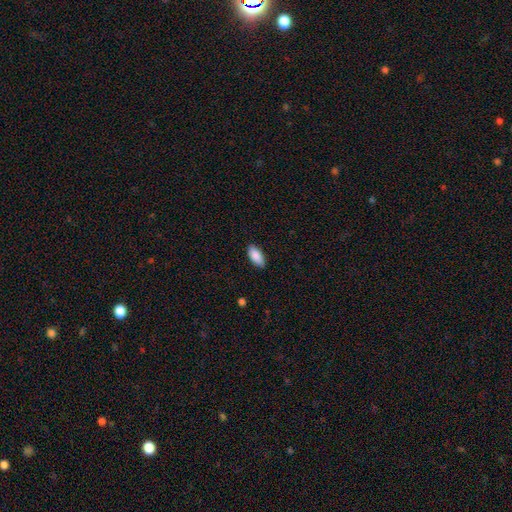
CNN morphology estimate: Smooth or featured: smooth — 89% (star or artifact — 6%)
How rounded: in between — 91% (cigar-shaped — 7%)
Merging: none — 86% (minor disturbance — 11%)